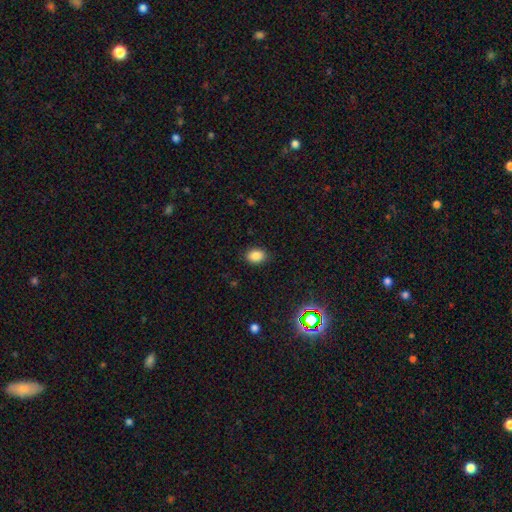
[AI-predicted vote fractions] smooth 85%, star or artifact 11%, featured or disk 4%. Down the decision tree: how rounded — in between (69%); merging — none (86%).